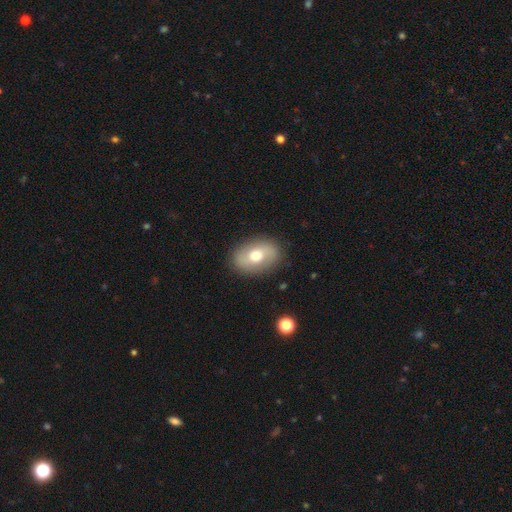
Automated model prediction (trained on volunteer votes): The model was most divided on "smooth or featured": smooth: 57%, featured or disk: 35%, star or artifact: 8%. More confident: merging — none (84%); how rounded — in between (78%).